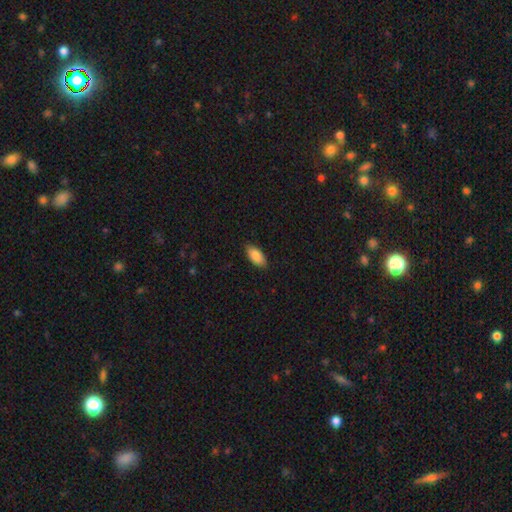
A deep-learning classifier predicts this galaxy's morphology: Smooth or featured?
  - smooth: 87% *
  - featured or disk: 7%
  - star or artifact: 6%
How rounded?
  - in between: 90% *
  - cigar-shaped: 8%
  - round: 2%
Merging?
  - none: 87% *
  - minor disturbance: 10%
  - major disturbance: 2%
  - merger: 1%